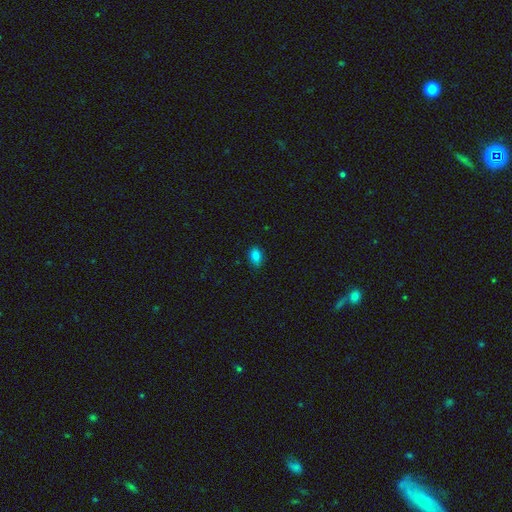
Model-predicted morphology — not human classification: Overall: smooth (83%). How rounded: in between (82%). Merging: none (82%).